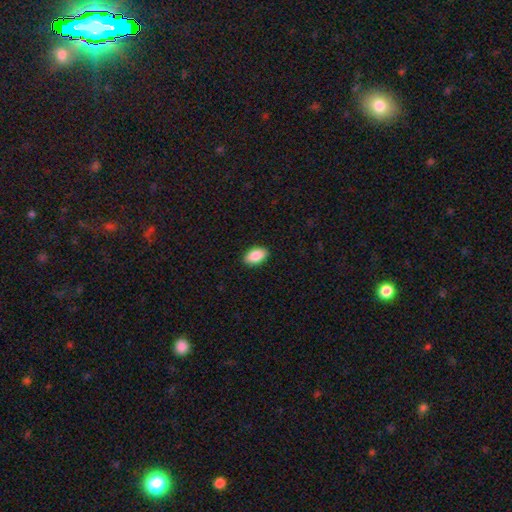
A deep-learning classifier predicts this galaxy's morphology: smooth 88%, star or artifact 7%, featured or disk 5%. Down the decision tree: how rounded — in between (93%); merging — none (90%).